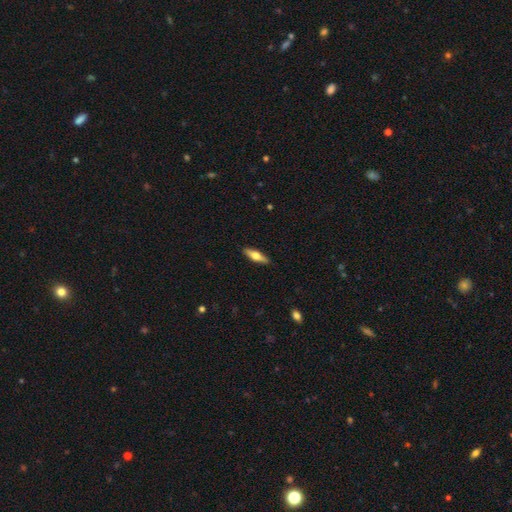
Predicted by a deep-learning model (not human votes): smooth_or_featured: featured or disk (p=0.47) [tied with: smooth p=0.47]
merging: none (p=0.89) [alt: minor disturbance p=0.08]